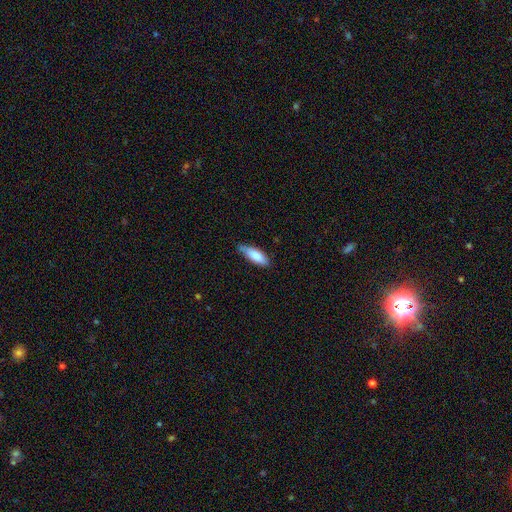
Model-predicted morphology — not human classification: Smooth or featured: smooth — 83% (featured or disk — 11%)
How rounded: in between — 66% (cigar-shaped — 33%)
Merging: none — 65% (minor disturbance — 29%)